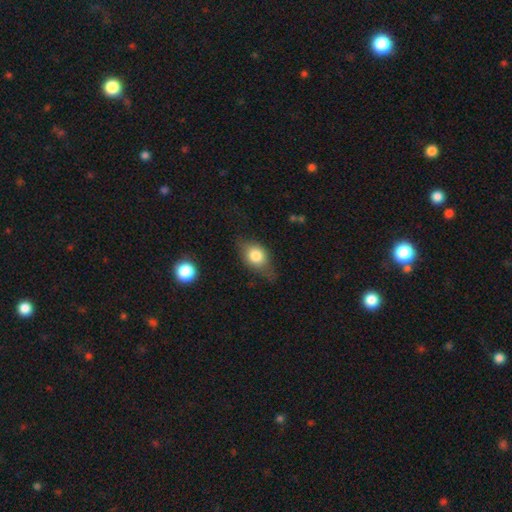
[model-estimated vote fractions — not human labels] A smooth galaxy with no disk features (70%) that is in between round and cigar-shaped (64%).

Vote fractions:
- Smooth or featured? smooth: 70% / featured or disk: 21% / star or artifact: 8%
- How rounded? in between: 64% / round: 31% / cigar-shaped: 4%
- Merging? none: 59% / minor disturbance: 29% / major disturbance: 10% / merger: 2%